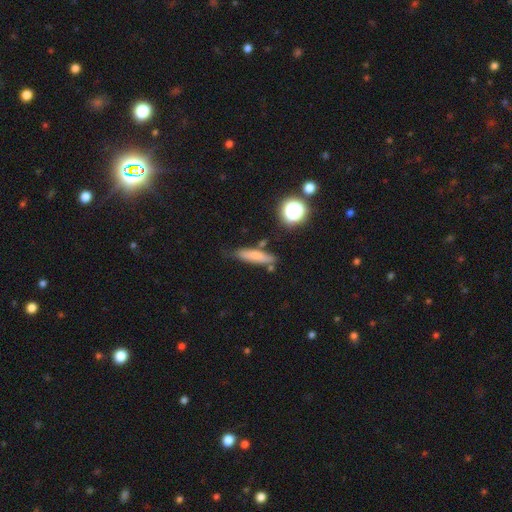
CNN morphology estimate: A smooth galaxy with no disk features (71%) that is cigar-shaped (73%). Merging: none (70%).